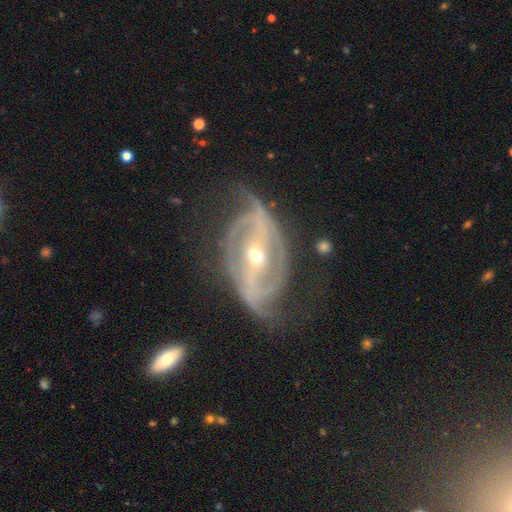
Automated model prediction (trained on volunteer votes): The model was most divided on "bulge size": moderate: 50%, small: 47%, large: 2%, none: 1%, dominant: 1%. Remaining: spiral arms — yes (96%); edge-on disk — no (95%); smooth or featured — featured or disk (91%); bar — strong (63%); spiral arm count — 2 (63%); merging — none (60%); spiral winding — medium (43%).